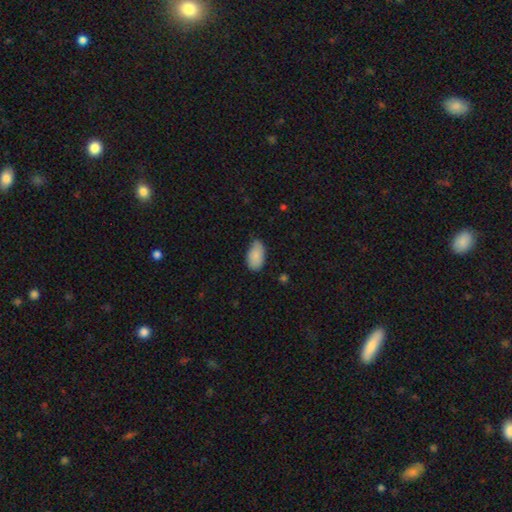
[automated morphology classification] Smooth or featured?
  - smooth: 86% *
  - featured or disk: 7%
  - star or artifact: 7%
How rounded?
  - in between: 95% *
  - round: 4%
  - cigar-shaped: 2%
Merging?
  - none: 60% *
  - minor disturbance: 33%
  - major disturbance: 5%
  - merger: 2%